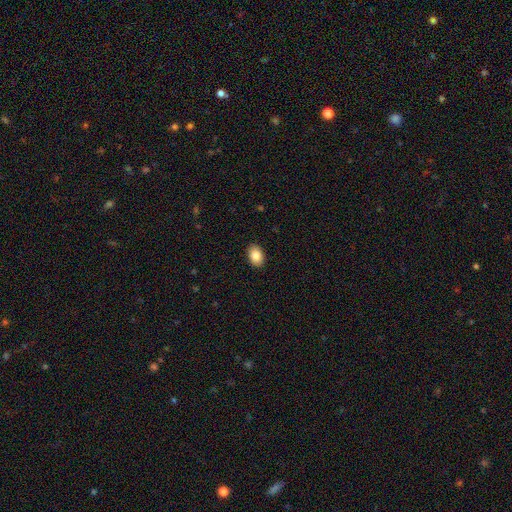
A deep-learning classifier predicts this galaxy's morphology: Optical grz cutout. It shows a smooth galaxy with no disk features (85%) that is in between round and cigar-shaped (84%). Merging: none (91%).